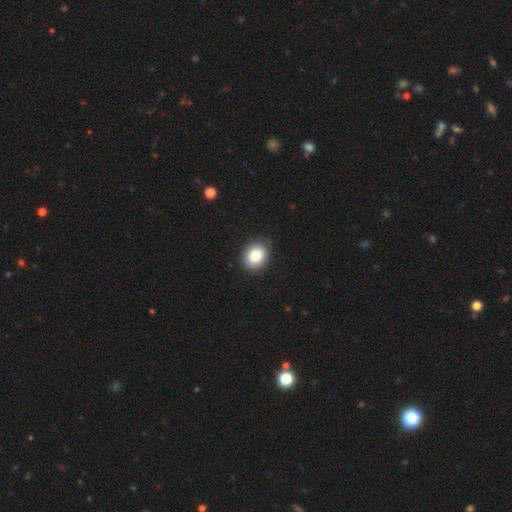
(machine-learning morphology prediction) smooth 84%, star or artifact 8%, featured or disk 8%. Down the decision tree: how rounded — in between (55%); merging — none (86%).